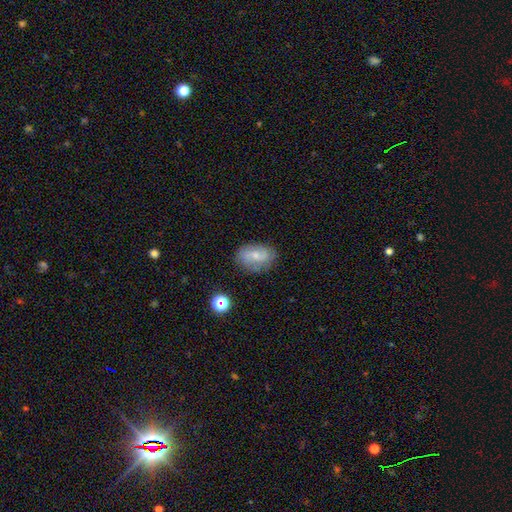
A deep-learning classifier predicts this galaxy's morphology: The model was most divided on "smooth or featured": smooth: 50%, featured or disk: 40%, star or artifact: 10%. More confident: how rounded — in between (79%); merging — none (75%).